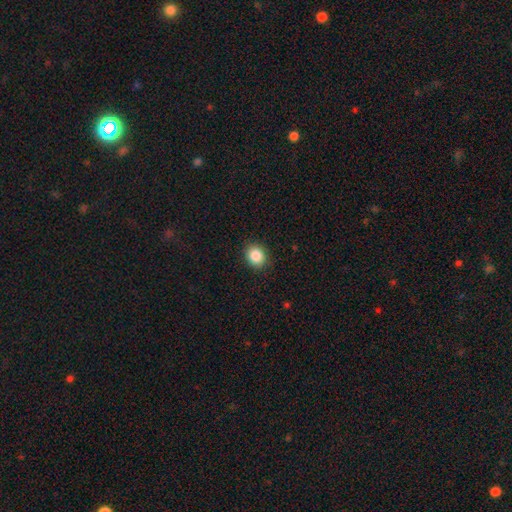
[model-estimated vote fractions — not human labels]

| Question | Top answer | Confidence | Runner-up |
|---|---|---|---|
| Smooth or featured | smooth | 87% | star or artifact (9%) |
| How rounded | round | 69% | in between (31%) |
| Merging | none | 89% | minor disturbance (8%) |